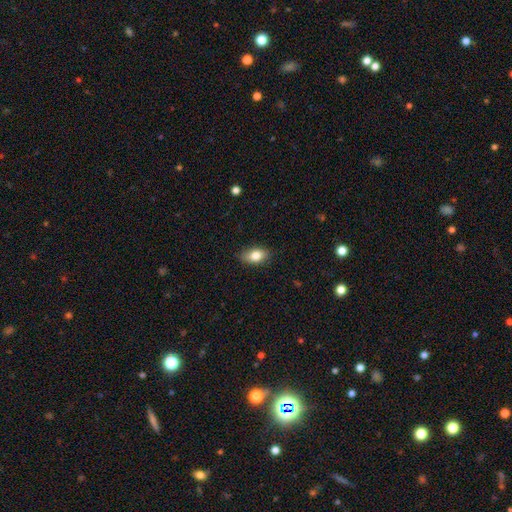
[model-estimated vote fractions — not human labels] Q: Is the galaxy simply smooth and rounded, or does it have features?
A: smooth — 81%.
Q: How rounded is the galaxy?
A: in between — 88%.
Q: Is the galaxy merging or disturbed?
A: none — 83%.